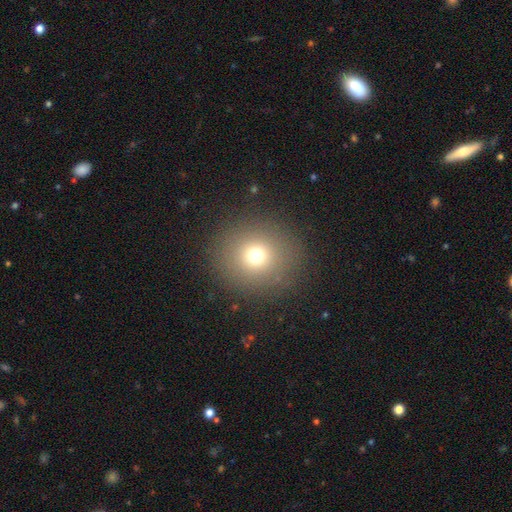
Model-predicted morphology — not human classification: smooth-or-featured: smooth: 70% | star or artifact: 19% | featured or disk: 11%
  how-rounded: round: 91% | in between: 8% | cigar-shaped: 1%
  merging: none: 88% | minor disturbance: 6% | major disturbance: 4% | merger: 1%